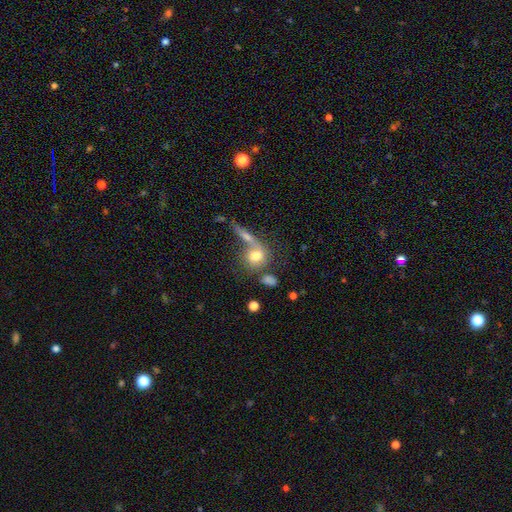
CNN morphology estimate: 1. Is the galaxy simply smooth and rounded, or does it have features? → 69% smooth, 21% featured or disk, 10% star or artifact.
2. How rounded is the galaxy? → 63% round, 32% in between, 5% cigar-shaped.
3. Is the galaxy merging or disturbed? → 40% merger, 39% none, 12% minor disturbance, 9% major disturbance.